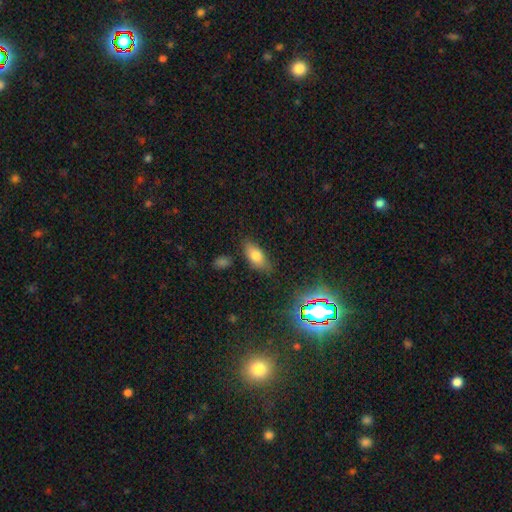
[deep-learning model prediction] Smooth or featured? smooth (75%)
How rounded? in between (86%)
Merging? none (78%)